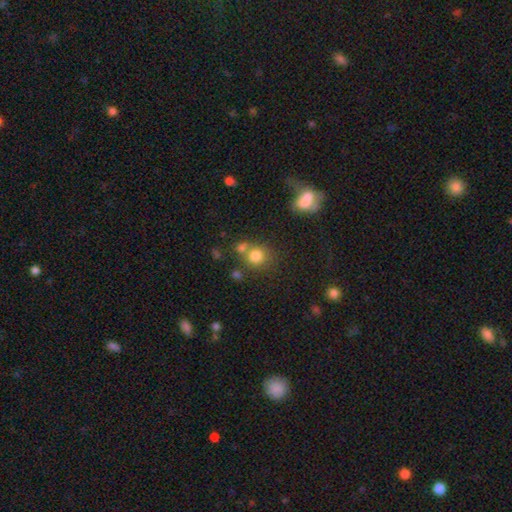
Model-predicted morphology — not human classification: A smooth galaxy with no disk features (79%) that is round (85%). Merging: none (58%).